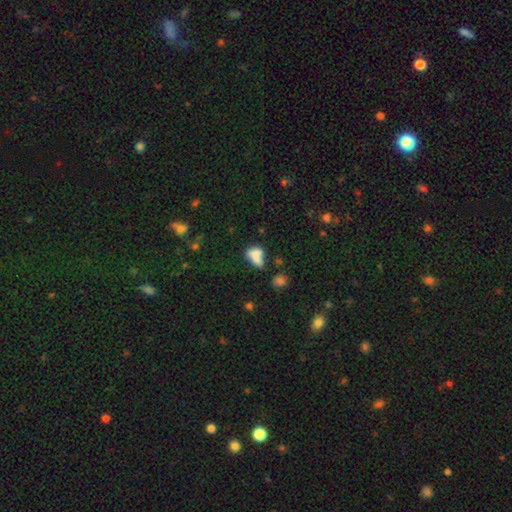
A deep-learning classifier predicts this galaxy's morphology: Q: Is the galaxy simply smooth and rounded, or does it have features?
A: smooth — 67%.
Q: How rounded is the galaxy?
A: in between — 77%.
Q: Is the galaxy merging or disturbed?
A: merger — 37%.